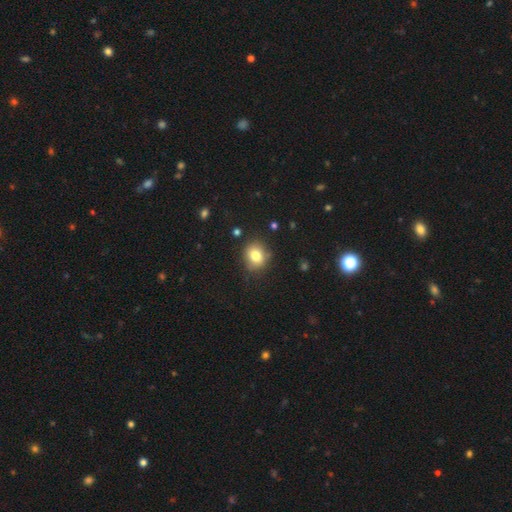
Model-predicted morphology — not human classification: smooth 80%, star or artifact 11%, featured or disk 10%. Down the decision tree: how rounded — round (69%); merging — none (79%).